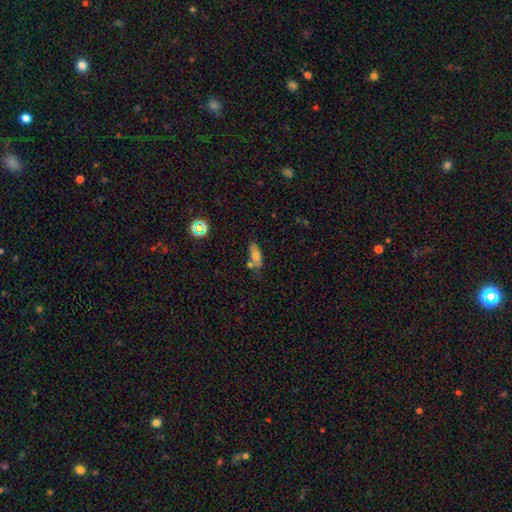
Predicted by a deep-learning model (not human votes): This is likely a smooth galaxy (66%). How rounded: likely in between (70%). Merging: possibly none (55%).